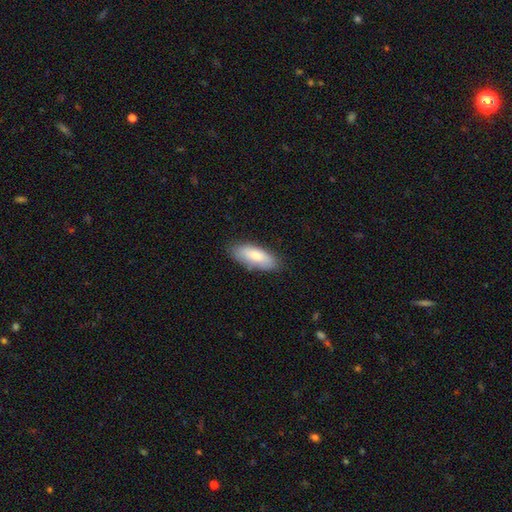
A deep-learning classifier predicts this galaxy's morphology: The model was most divided on "how rounded": in between: 79%, cigar-shaped: 19%, round: 2%. More confident: merging — none (81%); smooth or featured — smooth (77%).